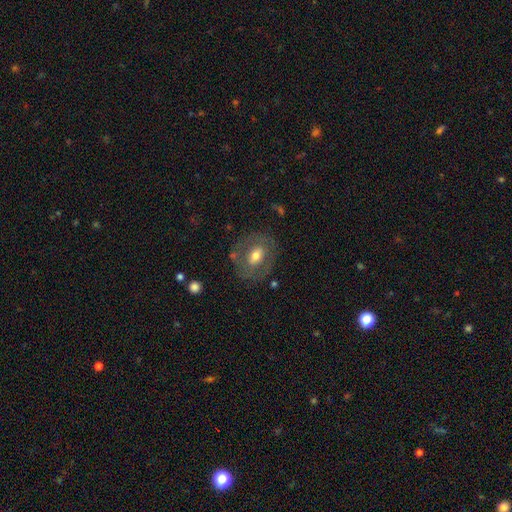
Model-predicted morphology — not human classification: Overall: featured or disk (46%, tied with smooth). Merging: none (74%).